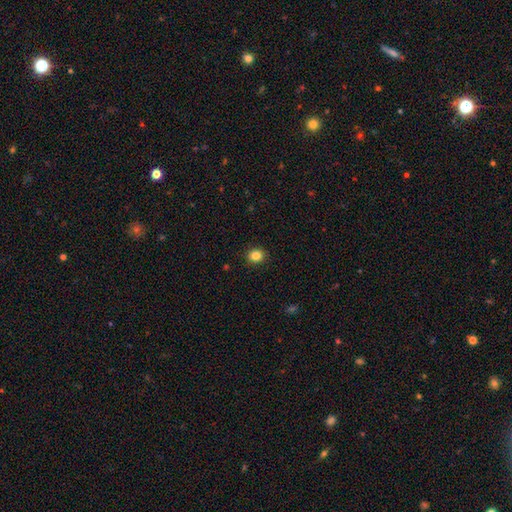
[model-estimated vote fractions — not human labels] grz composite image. It shows a smooth galaxy with no disk features (84%) that is round (76%). Merging: none (91%).